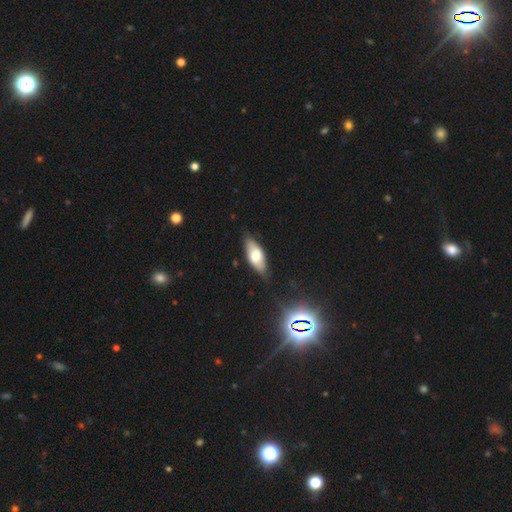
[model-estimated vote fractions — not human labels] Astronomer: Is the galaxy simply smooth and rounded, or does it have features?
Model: smooth — 64%.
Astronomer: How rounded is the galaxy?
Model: in between — 80%.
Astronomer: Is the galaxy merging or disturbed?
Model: none — 79%.